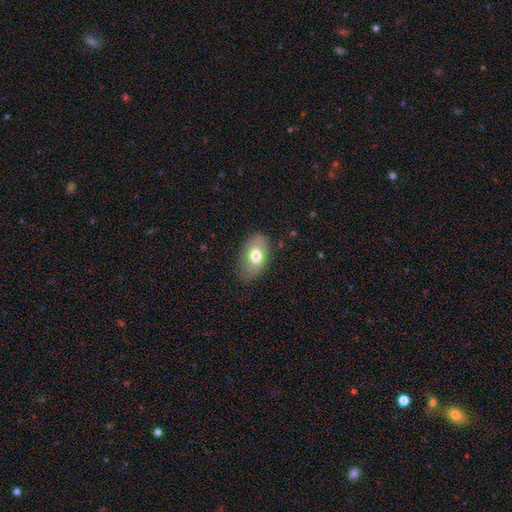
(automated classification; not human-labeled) Overall: smooth (68%). How rounded: in between (90%). Merging: none (76%).